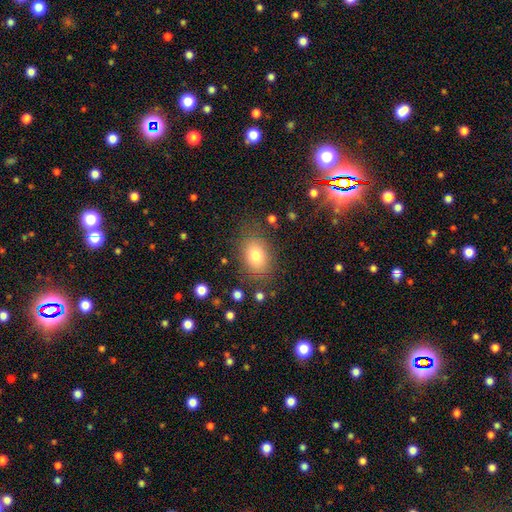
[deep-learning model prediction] Smooth or featured: smooth — 78% (featured or disk — 12%)
How rounded: in between — 74% (round — 24%)
Merging: none — 78% (minor disturbance — 13%)